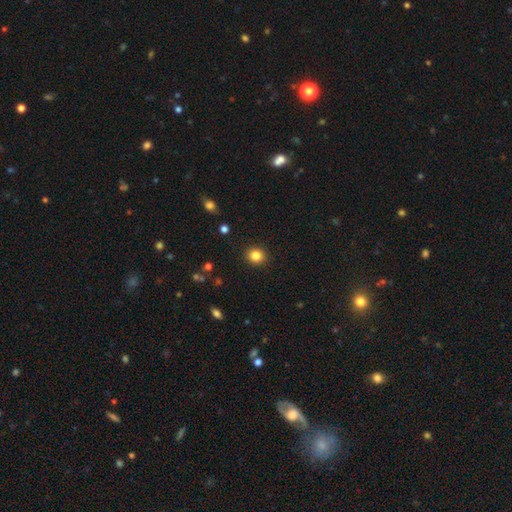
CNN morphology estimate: A smooth galaxy with no disk features (84%) that is round (87%).

Vote fractions:
- Smooth or featured? smooth: 84% / star or artifact: 11% / featured or disk: 5%
- How rounded? round: 87% / in between: 12% / cigar-shaped: 1%
- Merging? none: 91% / minor disturbance: 6% / major disturbance: 2% / merger: 1%